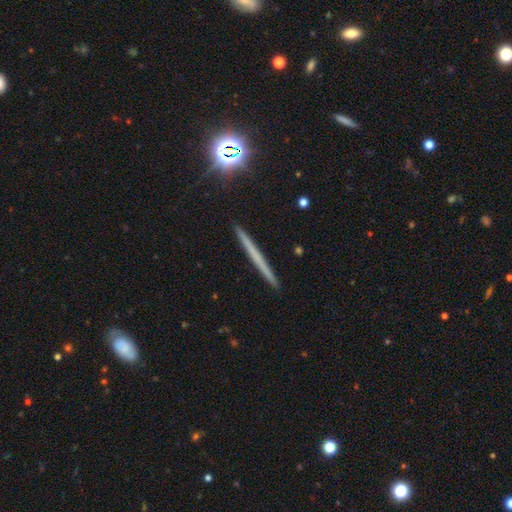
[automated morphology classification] This is possibly a featured or disk galaxy (47%). Merging: clearly none (92%).